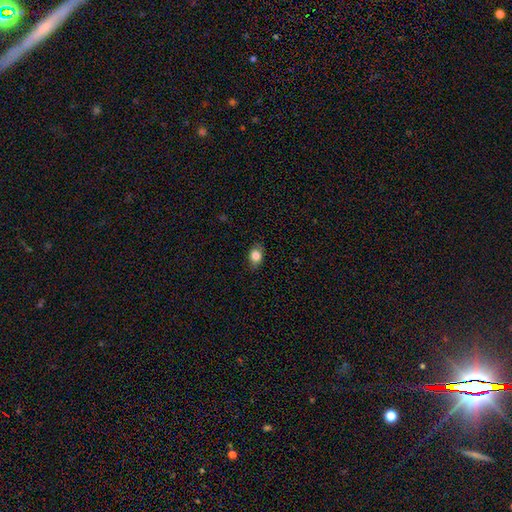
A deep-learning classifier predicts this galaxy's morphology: smooth_or_featured: smooth (p=0.82) [alt: star or artifact p=0.09]
how_rounded: in between (p=0.63) [alt: round p=0.35]
merging: none (p=0.82) [alt: minor disturbance p=0.14]